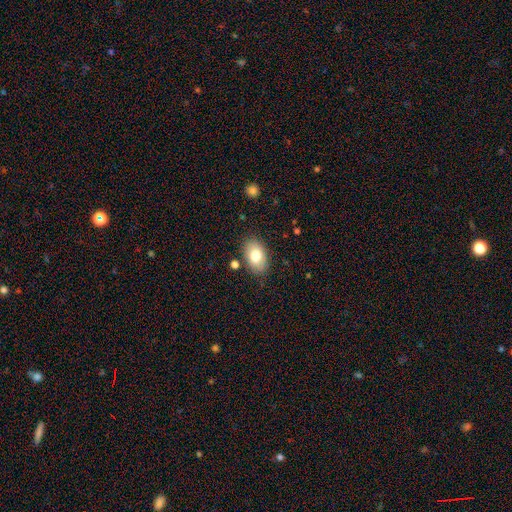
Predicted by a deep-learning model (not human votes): Q: Smooth or featured?
A: smooth (79%); runner-up: featured or disk (14%)
Q: How rounded?
A: in between (91%); runner-up: round (8%)
Q: Merging?
A: none (82%); runner-up: minor disturbance (12%)